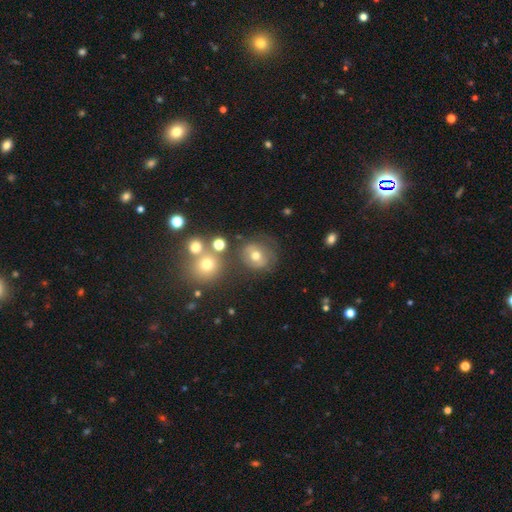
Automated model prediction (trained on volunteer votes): Smooth or featured?
  - smooth: 58% *
  - featured or disk: 28%
  - star or artifact: 14%
How rounded?
  - round: 73% *
  - in between: 26%
  - cigar-shaped: 1%
Merging?
  - none: 65% *
  - minor disturbance: 17%
  - merger: 9%
  - major disturbance: 9%